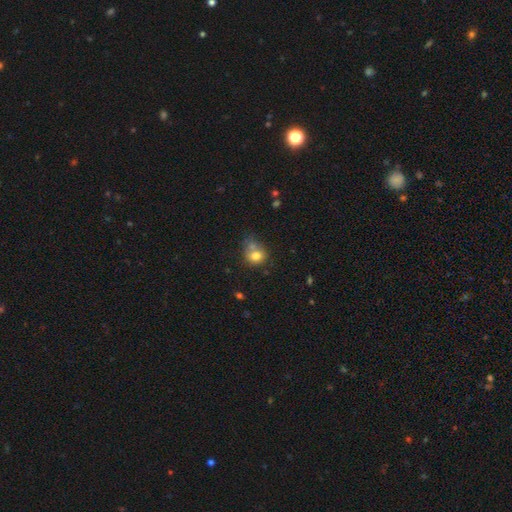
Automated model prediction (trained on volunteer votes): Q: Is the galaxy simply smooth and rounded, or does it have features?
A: smooth — 76%.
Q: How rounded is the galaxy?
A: round — 67%.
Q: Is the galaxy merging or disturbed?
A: none — 39%.